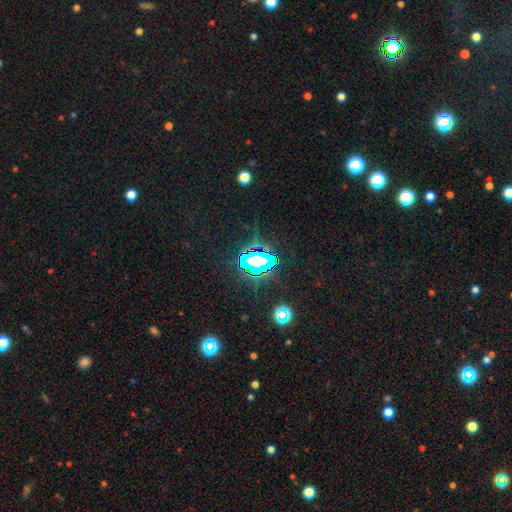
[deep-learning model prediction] This is likely a star or artifact rather than a galaxy (68%).